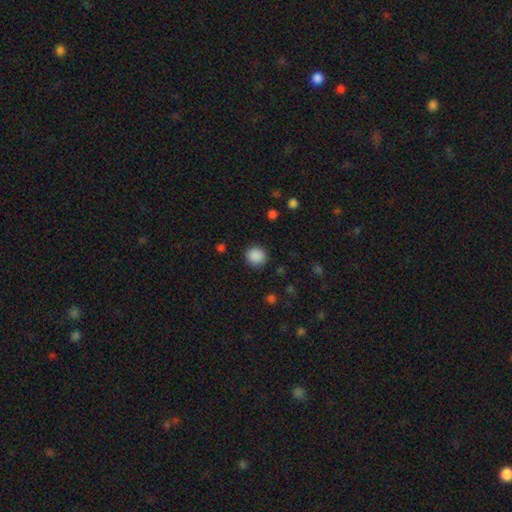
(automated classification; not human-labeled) smooth-or-featured: smooth: 88% | star or artifact: 9% | featured or disk: 2%
  how-rounded: round: 89% | in between: 10% | cigar-shaped: 1%
  merging: none: 89% | minor disturbance: 7% | major disturbance: 3% | merger: 1%